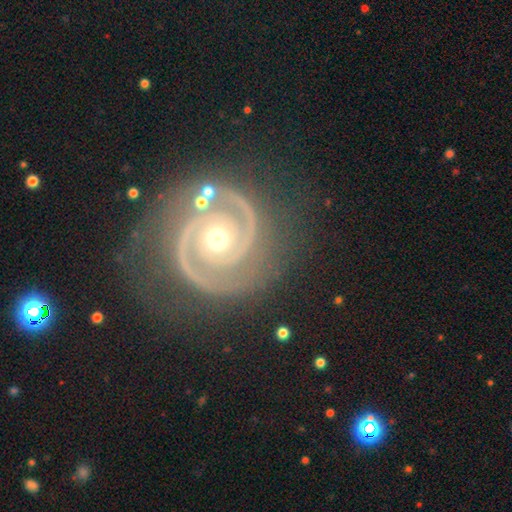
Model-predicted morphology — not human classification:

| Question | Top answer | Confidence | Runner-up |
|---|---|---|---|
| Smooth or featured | featured or disk | 93% | star or artifact (5%) |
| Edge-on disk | no | 98% | yes (2%) |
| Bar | no | 73% | weak (17%) |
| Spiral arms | yes | 99% | no (1%) |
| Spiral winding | tight | 69% | medium (27%) |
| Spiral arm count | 2 | 91% | 3 (3%) |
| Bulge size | moderate | 67% | small (28%) |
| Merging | none | 80% | minor disturbance (13%) |